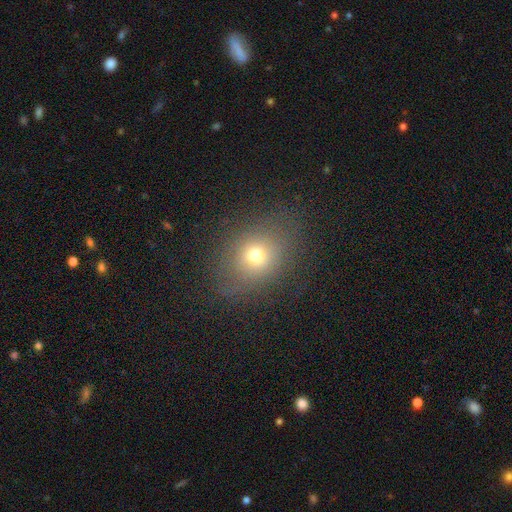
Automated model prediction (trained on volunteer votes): A smooth galaxy with no disk features (66%) that is round (63%). Merging: none (77%).